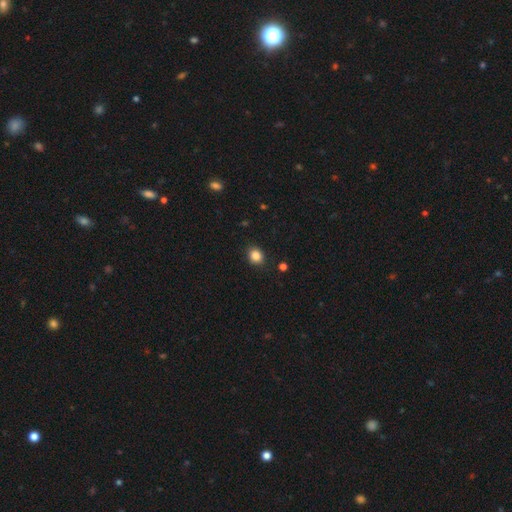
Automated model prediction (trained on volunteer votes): Smooth or featured: smooth — 85% (star or artifact — 11%)
How rounded: round — 66% (in between — 33%)
Merging: none — 88% (minor disturbance — 8%)